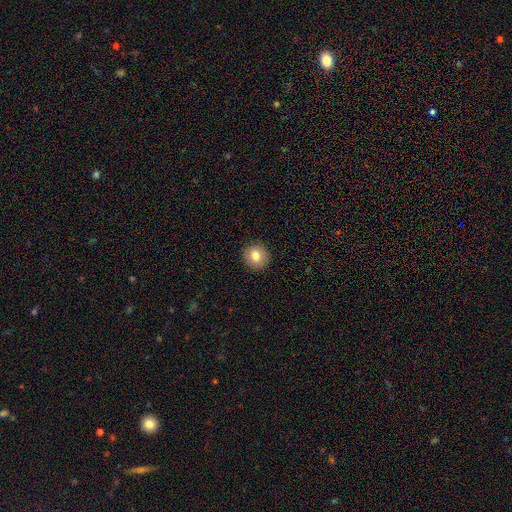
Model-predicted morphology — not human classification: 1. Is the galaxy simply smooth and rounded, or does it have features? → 81% smooth, 10% featured or disk, 9% star or artifact.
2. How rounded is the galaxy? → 92% round, 7% in between, 1% cigar-shaped.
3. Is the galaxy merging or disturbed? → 92% none, 6% minor disturbance, 2% major disturbance, 1% merger.